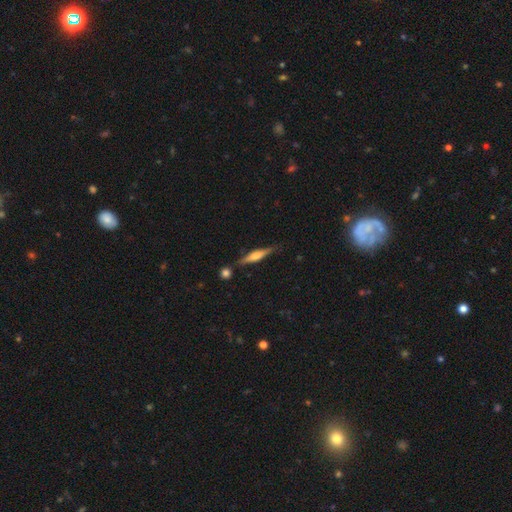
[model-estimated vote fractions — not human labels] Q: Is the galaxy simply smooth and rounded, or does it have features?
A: featured or disk — 60%.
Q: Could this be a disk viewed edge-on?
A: yes — 96%.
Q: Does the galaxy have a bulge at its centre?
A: rounded — 76%.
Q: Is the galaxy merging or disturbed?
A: none — 80%.